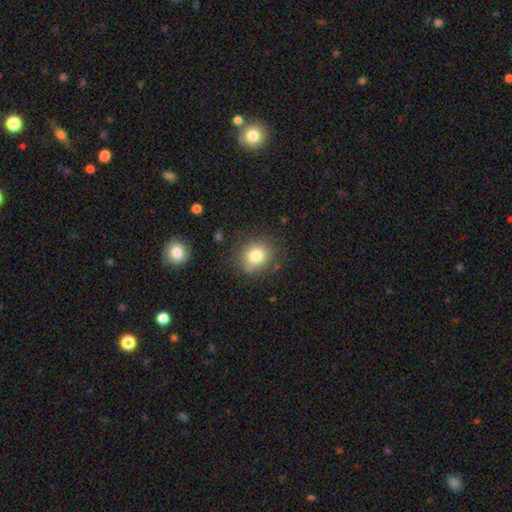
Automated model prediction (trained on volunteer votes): This is likely a smooth galaxy (79%). How rounded: likely round (79%). Merging: likely none (78%).